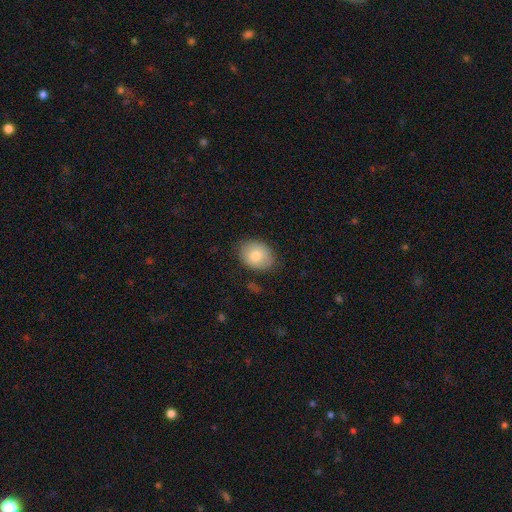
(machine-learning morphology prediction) A smooth galaxy with no disk features (80%) that is in between round and cigar-shaped (64%). Merging: none (80%).